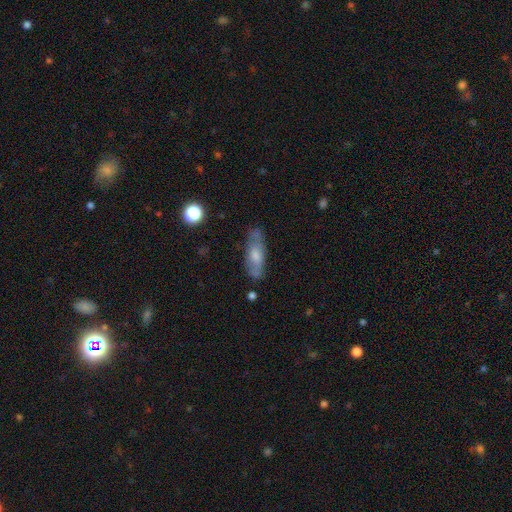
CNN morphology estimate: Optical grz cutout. It shows a smooth galaxy with no disk features (53%) that is in between round and cigar-shaped (61%). Merging: none (71%).